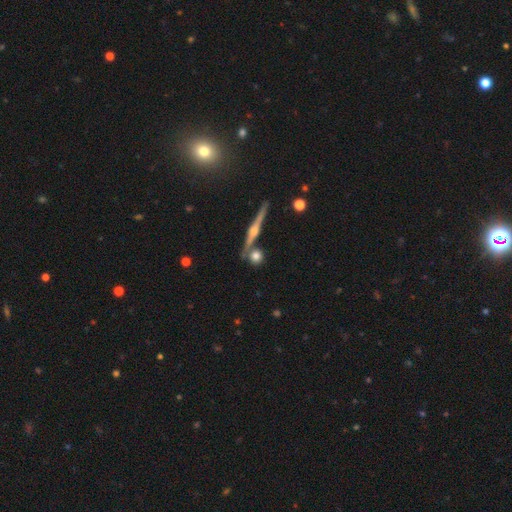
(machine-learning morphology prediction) type=smooth (64%); roundness=round (85%); merging=none (72%).